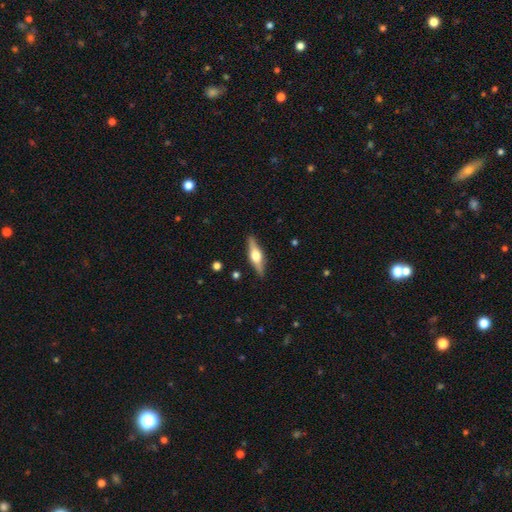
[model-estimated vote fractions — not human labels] A featured or disk galaxy (66%) viewed edge-on (96%) with a rounded central bulge (93%).

Vote fractions:
- Smooth or featured? featured or disk: 66% / smooth: 28% / star or artifact: 6%
- Edge-on disk? yes: 96% / no: 4%
- Edge-on bulge? rounded: 93% / boxy: 5% / none: 2%
- Merging? none: 89% / minor disturbance: 8% / major disturbance: 2% / merger: 1%